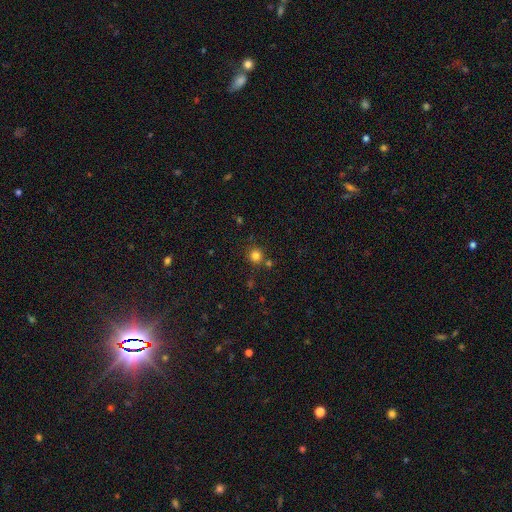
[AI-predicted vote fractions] A smooth galaxy with no disk features (81%) that is round (93%). Merging: none (79%).